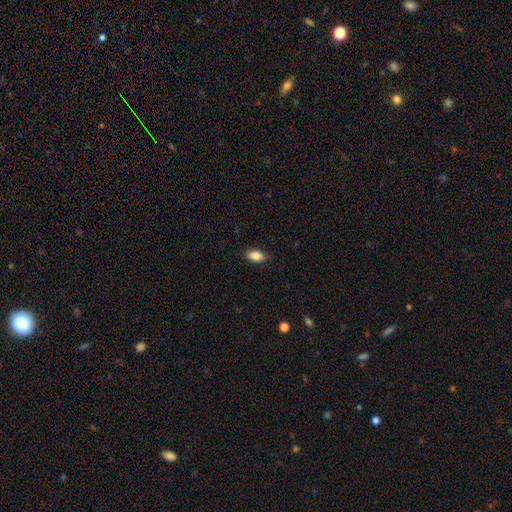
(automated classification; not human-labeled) smooth-or-featured: smooth: 85% | star or artifact: 8% | featured or disk: 7%
  how-rounded: in between: 90% | round: 5% | cigar-shaped: 5%
  merging: none: 86% | minor disturbance: 11% | major disturbance: 2% | merger: 1%